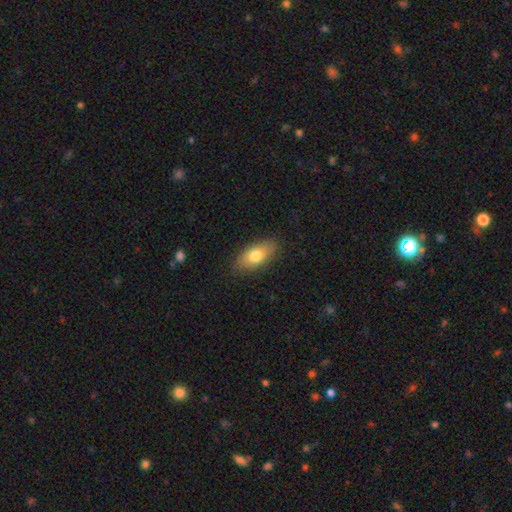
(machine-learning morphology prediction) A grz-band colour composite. It shows a smooth galaxy with no disk features (75%) that is in between round and cigar-shaped (85%). Merging: none (84%).